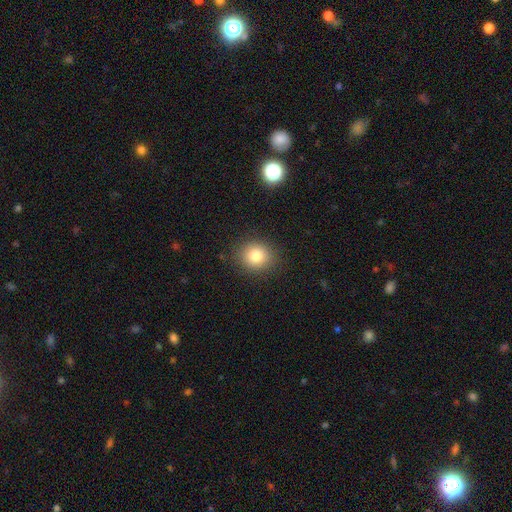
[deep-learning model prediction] This appears to be a smooth galaxy with no disk features (80%) that is round (79%). Merging: none (88%).